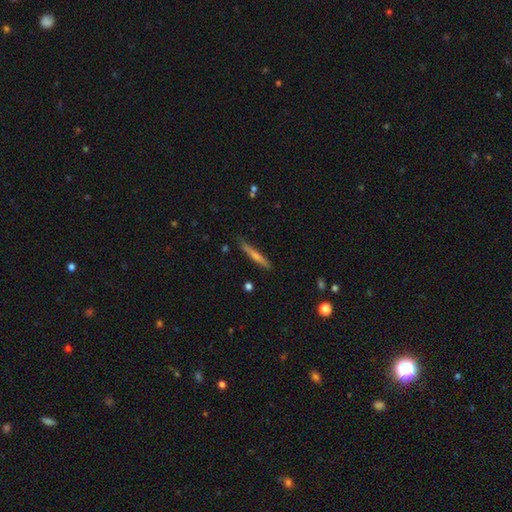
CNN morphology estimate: smooth-or-featured: featured or disk: 54% | smooth: 39% | star or artifact: 7%
  disk-edge-on: yes: 96% | no: 4%
    edge-on-bulge: rounded: 65% | none: 30% | boxy: 5%
  merging: none: 87% | minor disturbance: 10% | major disturbance: 2% | merger: 2%